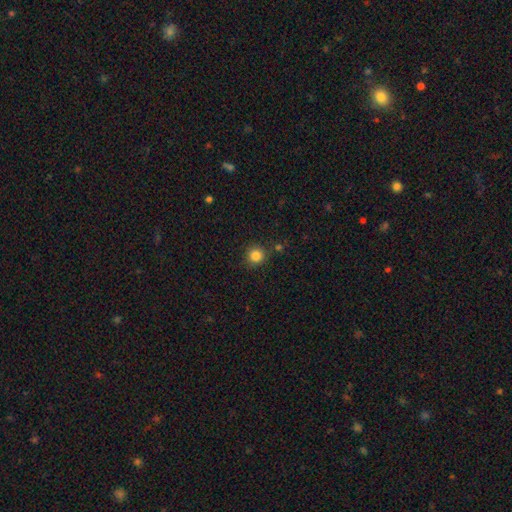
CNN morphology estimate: smooth-or-featured: smooth: 84% | star or artifact: 12% | featured or disk: 4%
  how-rounded: round: 94% | in between: 5% | cigar-shaped: 1%
  merging: none: 87% | minor disturbance: 7% | merger: 3% | major disturbance: 2%